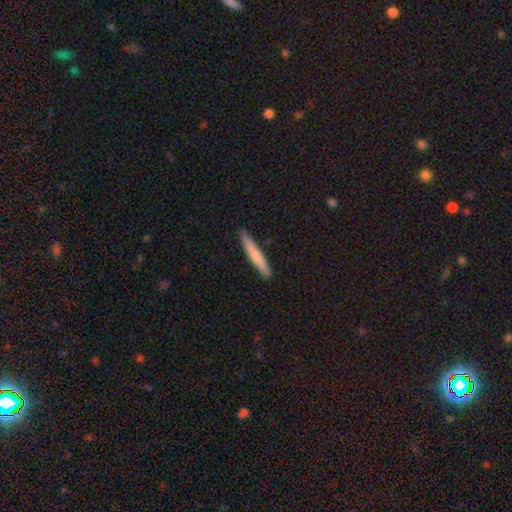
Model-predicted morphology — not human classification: type=smooth (73%); roundness=cigar-shaped (95%); merging=none (89%).